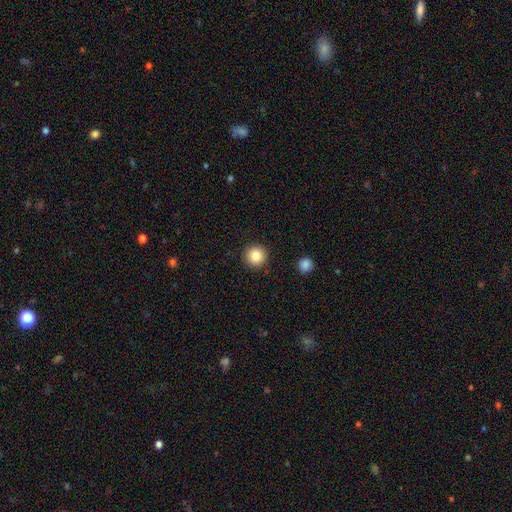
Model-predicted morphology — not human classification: smooth 83%, star or artifact 10%, featured or disk 7%. Down the decision tree: how rounded — round (95%); merging — none (91%).